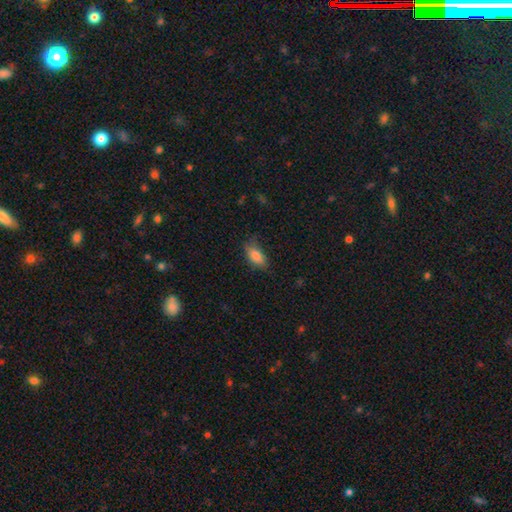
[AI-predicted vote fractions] smooth 84%, star or artifact 8%, featured or disk 8%. Down the decision tree: how rounded — in between (87%); merging — none (68%).